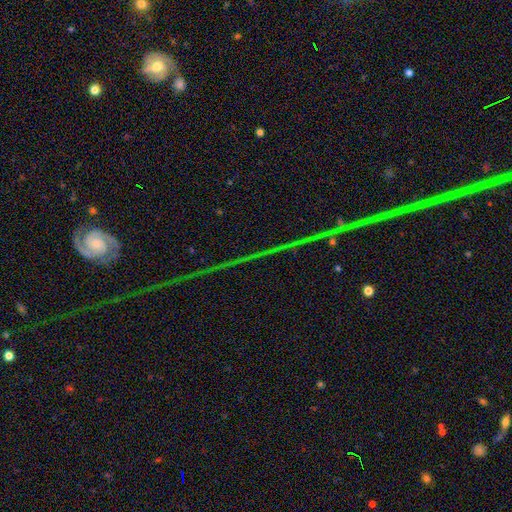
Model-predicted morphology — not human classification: smooth_or_featured: star or artifact (p=0.75) [alt: featured or disk p=0.17]